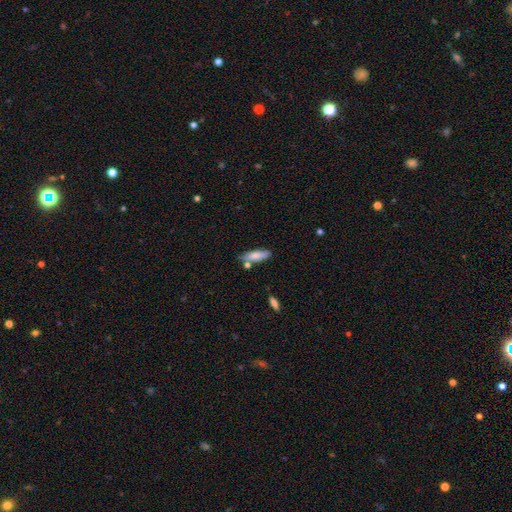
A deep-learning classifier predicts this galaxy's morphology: type=smooth (77%); roundness=cigar-shaped (50%); merging=none (71%).